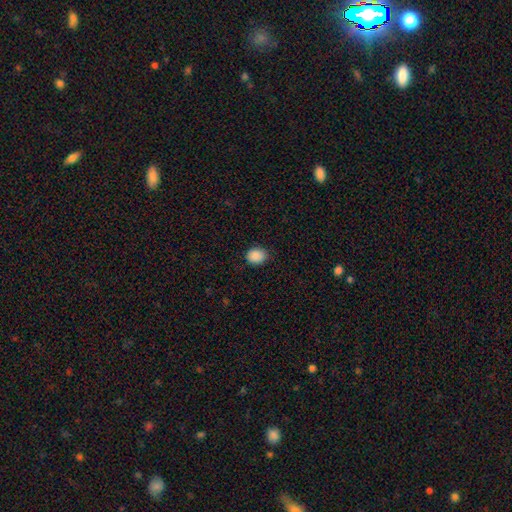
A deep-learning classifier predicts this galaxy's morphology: smooth-or-featured: smooth: 89% | star or artifact: 9% | featured or disk: 2%
  how-rounded: round: 55% | in between: 44% | cigar-shaped: 1%
  merging: none: 85% | minor disturbance: 11% | major disturbance: 3% | merger: 1%